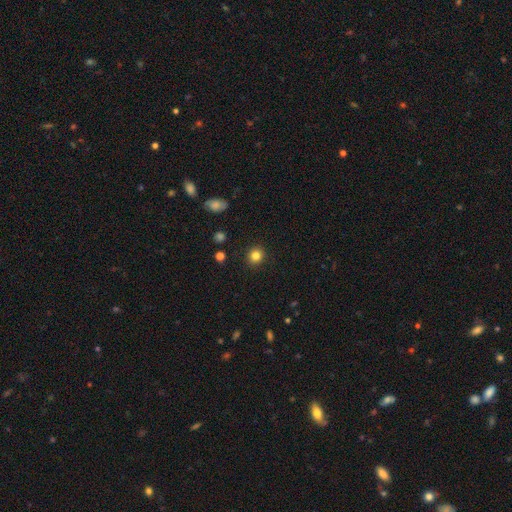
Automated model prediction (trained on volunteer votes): Smooth or featured: smooth — 83% (star or artifact — 12%)
How rounded: round — 89% (in between — 10%)
Merging: none — 91% (minor disturbance — 6%)